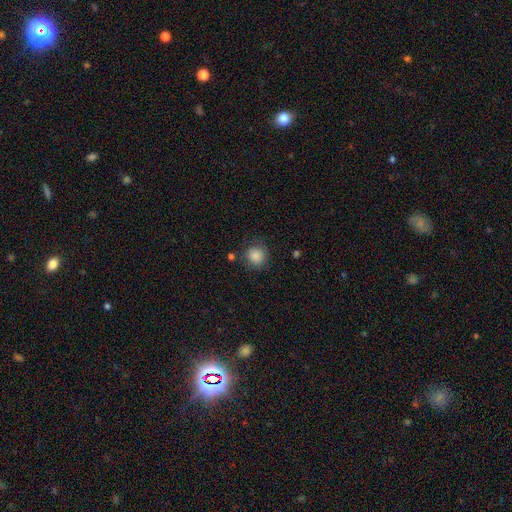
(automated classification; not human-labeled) smooth-or-featured: smooth: 86% | star or artifact: 9% | featured or disk: 4%
  how-rounded: round: 89% | in between: 10% | cigar-shaped: 1%
  merging: none: 81% | minor disturbance: 12% | major disturbance: 4% | merger: 3%